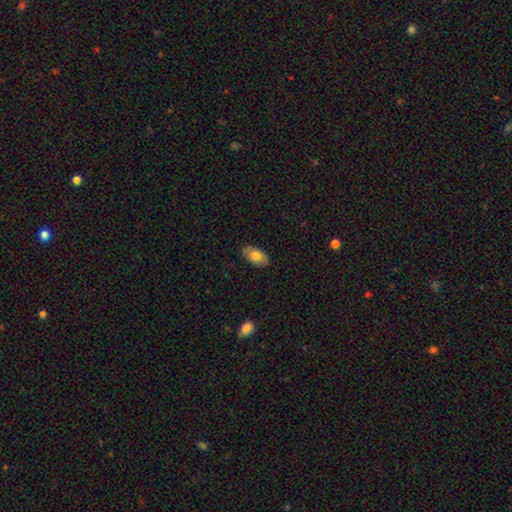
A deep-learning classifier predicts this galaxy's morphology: This is likely a smooth galaxy (74%). How rounded: clearly in between (93%). Merging: clearly none (83%).